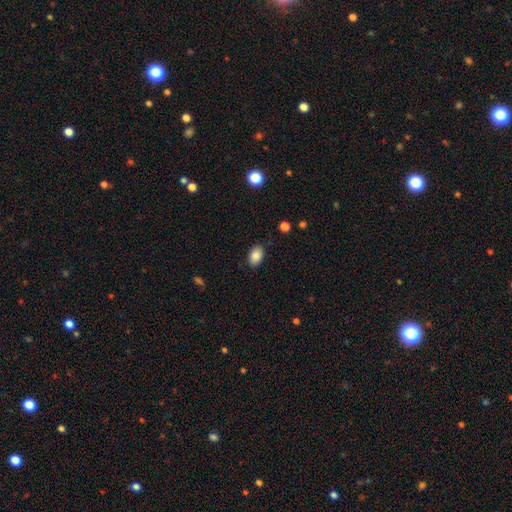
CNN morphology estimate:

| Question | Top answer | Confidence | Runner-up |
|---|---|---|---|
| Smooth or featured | smooth | 87% | star or artifact (8%) |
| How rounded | in between | 88% | round (11%) |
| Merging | none | 86% | minor disturbance (10%) |